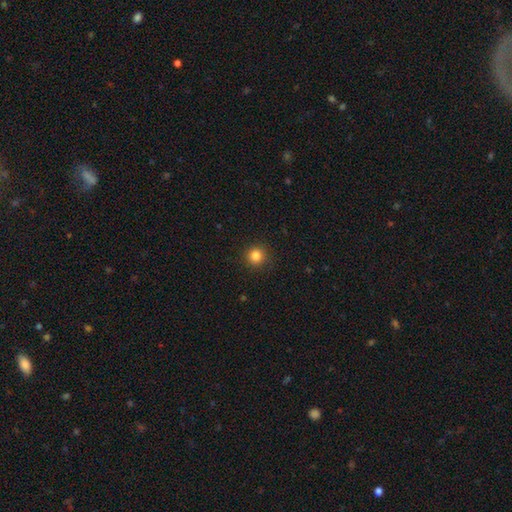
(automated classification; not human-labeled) smooth 84%, star or artifact 12%, featured or disk 4%. Down the decision tree: how rounded — round (93%); merging — none (91%).